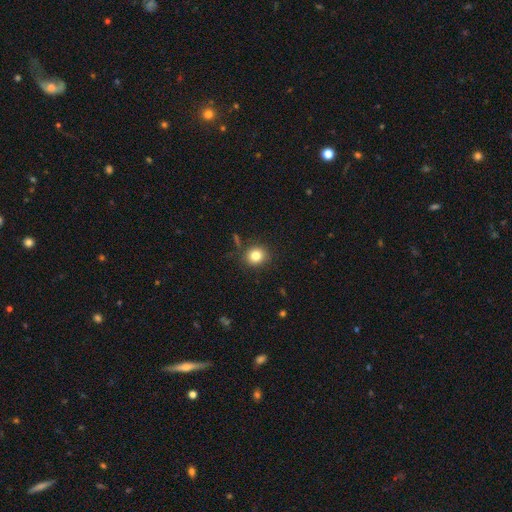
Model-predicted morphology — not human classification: Smooth or featured: smooth — 81% (star or artifact — 12%)
How rounded: round — 84% (in between — 15%)
Merging: none — 86% (minor disturbance — 9%)